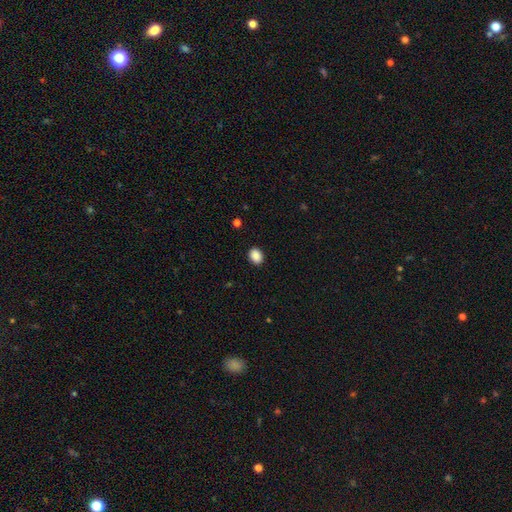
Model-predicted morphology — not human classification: Smooth or featured? Predicted: smooth (p=0.89). How rounded? Predicted: in between (p=0.59). Merging? Predicted: none (p=0.90).